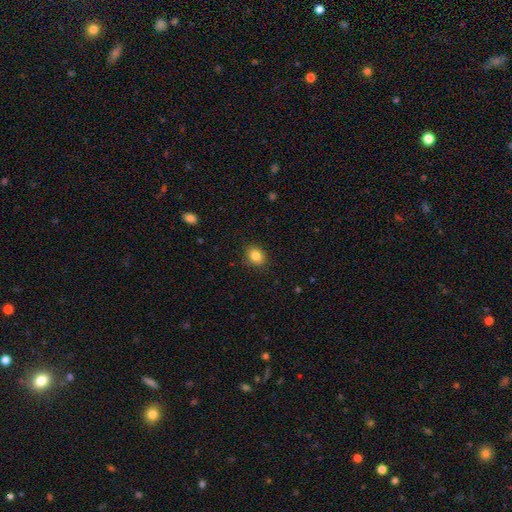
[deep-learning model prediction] smooth 85%, star or artifact 10%, featured or disk 6%. Down the decision tree: how rounded — round (57%); merging — none (87%).